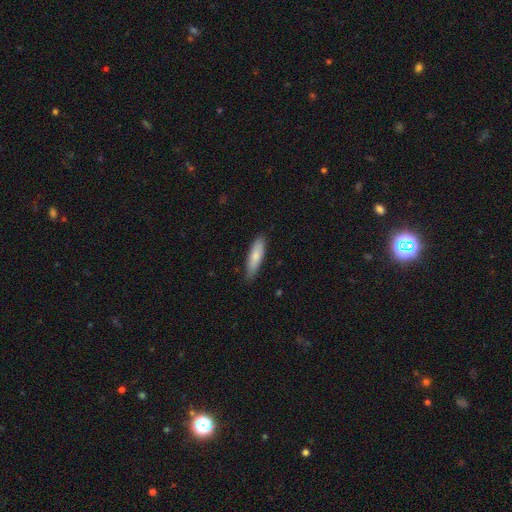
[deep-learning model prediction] This is likely a smooth galaxy (78%). How rounded: possibly cigar-shaped (59%). Merging: clearly none (83%).